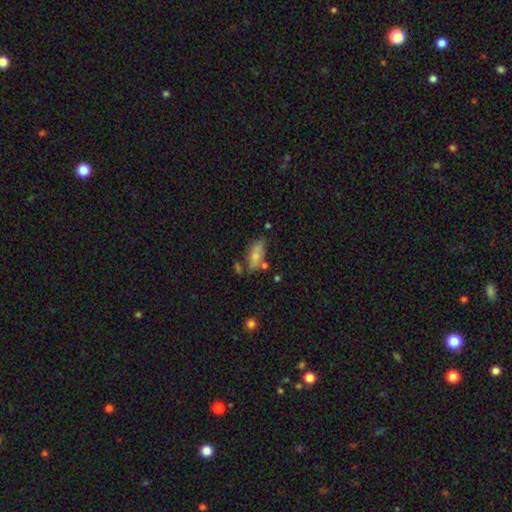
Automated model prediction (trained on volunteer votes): A smooth galaxy with no disk features (69%) that is in between round and cigar-shaped (78%).

Vote fractions:
- Smooth or featured? smooth: 69% / featured or disk: 22% / star or artifact: 9%
- How rounded? in between: 78% / cigar-shaped: 19% / round: 3%
- Merging? none: 49% / minor disturbance: 25% / merger: 16% / major disturbance: 10%